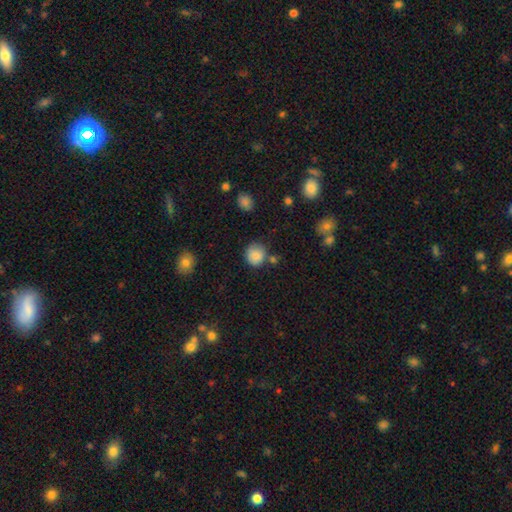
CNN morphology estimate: Smooth or featured?
  - smooth: 84% *
  - star or artifact: 9%
  - featured or disk: 7%
How rounded?
  - round: 86% *
  - in between: 13%
  - cigar-shaped: 1%
Merging?
  - none: 71% *
  - minor disturbance: 17%
  - merger: 7%
  - major disturbance: 4%